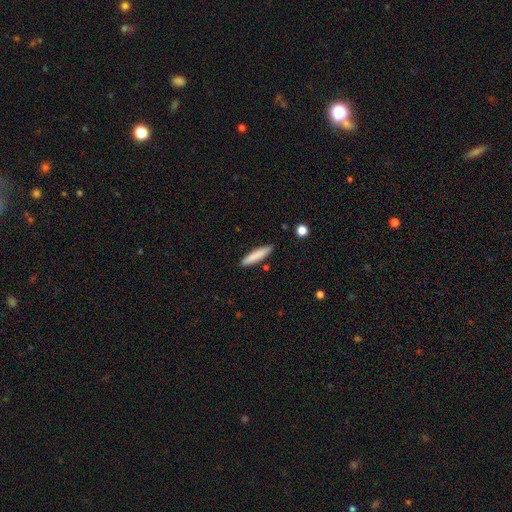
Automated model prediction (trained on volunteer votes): A smooth galaxy with no disk features (82%) that is cigar-shaped (86%).

Vote fractions:
- Smooth or featured? smooth: 82% / featured or disk: 12% / star or artifact: 6%
- How rounded? cigar-shaped: 86% / in between: 13% / round: 1%
- Merging? none: 87% / minor disturbance: 9% / merger: 2% / major disturbance: 2%